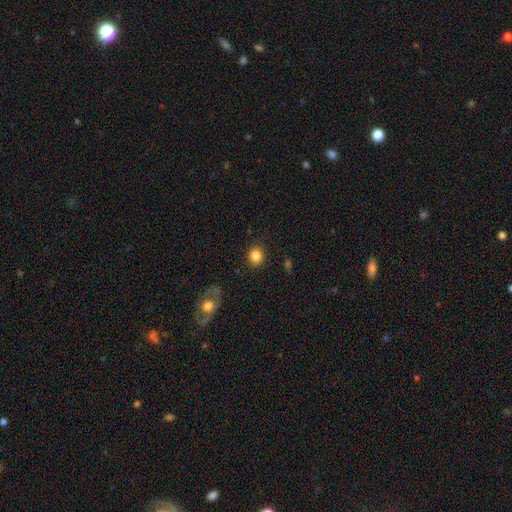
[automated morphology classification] Q: Smooth or featured?
A: smooth (84%); runner-up: star or artifact (10%)
Q: How rounded?
A: round (73%); runner-up: in between (26%)
Q: Merging?
A: none (86%); runner-up: minor disturbance (9%)